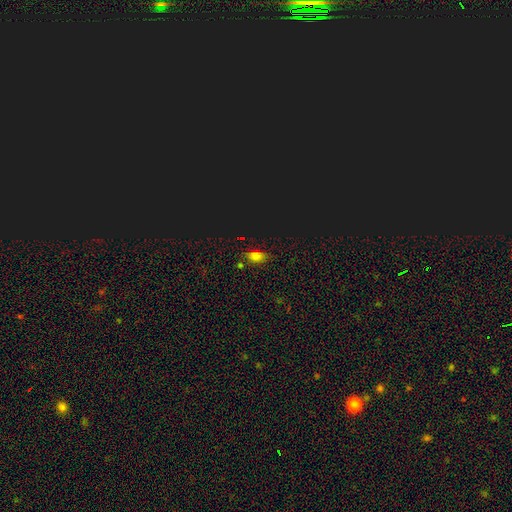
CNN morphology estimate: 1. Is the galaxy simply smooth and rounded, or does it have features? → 63% smooth, 27% star or artifact, 9% featured or disk.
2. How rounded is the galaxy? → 77% in between, 18% round, 6% cigar-shaped.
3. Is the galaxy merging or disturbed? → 75% none, 15% minor disturbance, 5% merger, 4% major disturbance.